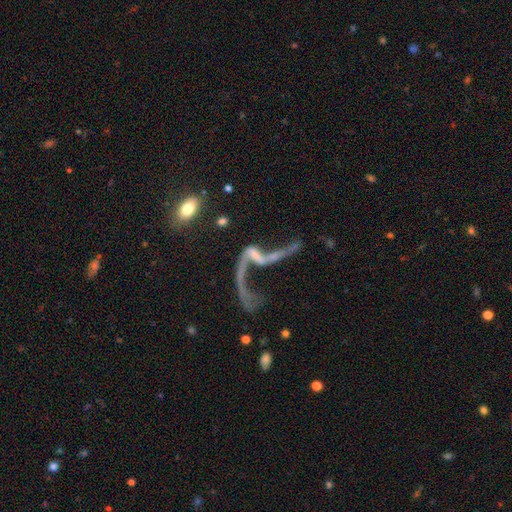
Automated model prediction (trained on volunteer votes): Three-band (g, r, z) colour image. It shows a featured or disk galaxy (78%) with no bar (42%), spiral arms (68%) and no central bulge (56%). Merging: major disturbance (36%).